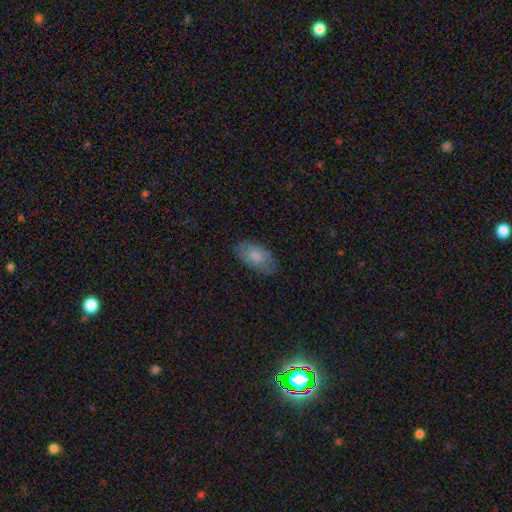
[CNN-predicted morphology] smooth_or_featured: smooth (p=0.79) [alt: featured or disk p=0.15]
how_rounded: in between (p=0.94) [alt: round p=0.03]
merging: none (p=0.79) [alt: minor disturbance p=0.16]